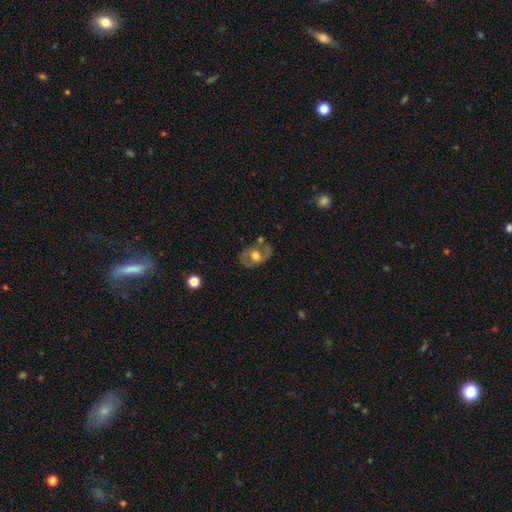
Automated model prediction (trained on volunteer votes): smooth-or-featured: featured or disk: 55% | smooth: 38% | star or artifact: 7%
  disk-edge-on: no: 92% | yes: 8%
    bar: no: 71% | weak: 23% | strong: 6%
    has-spiral-arms: yes: 51% | no: 49%
    bulge-size: moderate: 53% | large: 38% | small: 6% | dominant: 2% | none: 2%
  merging: none: 63% | minor disturbance: 21% | major disturbance: 9% | merger: 7%